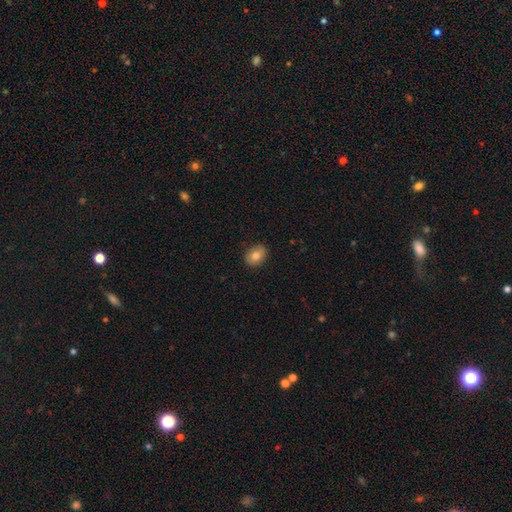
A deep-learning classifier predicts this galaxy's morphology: smooth 79%, featured or disk 12%, star or artifact 8%. Down the decision tree: how rounded — in between (59%); merging — none (86%).